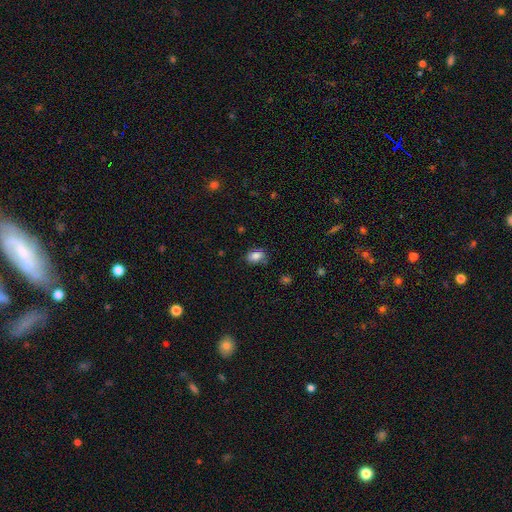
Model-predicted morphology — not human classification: Smooth or featured? Predicted: smooth (p=0.83). How rounded? Predicted: in between (p=0.79). Merging? Predicted: none (p=0.78).